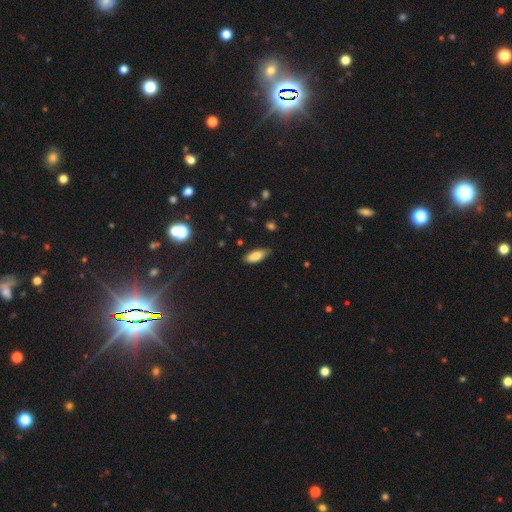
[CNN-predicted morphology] This appears to be a smooth galaxy with no disk features (81%) that is in between round and cigar-shaped (77%). Merging: none (79%).